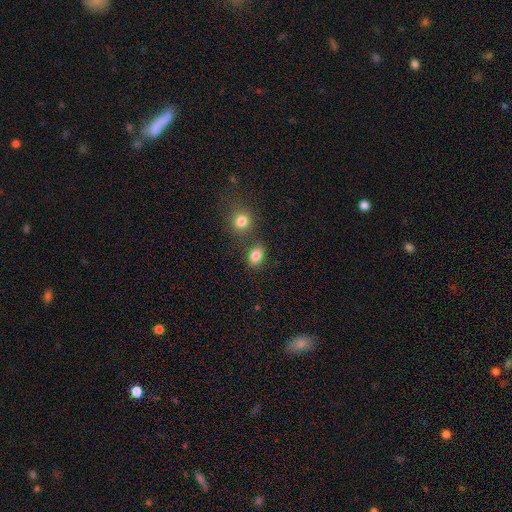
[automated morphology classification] Smooth or featured?
  - smooth: 83% *
  - star or artifact: 11%
  - featured or disk: 7%
How rounded?
  - in between: 66% *
  - round: 32%
  - cigar-shaped: 1%
Merging?
  - none: 71% *
  - merger: 14%
  - minor disturbance: 12%
  - major disturbance: 4%